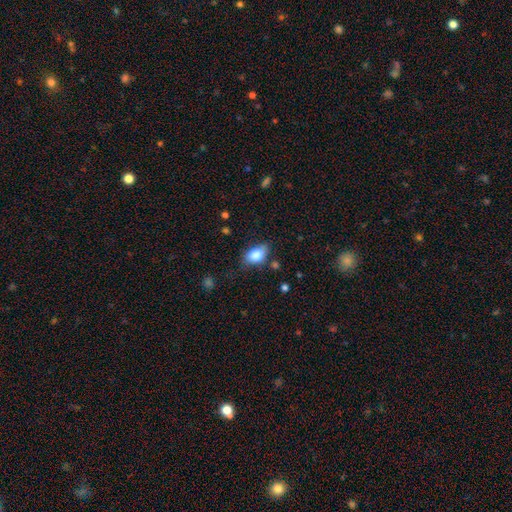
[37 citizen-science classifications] Smooth or featured?
  - smooth: 89% *
  - featured or disk: 5%
  - star or artifact: 5%
How rounded?
  - in between: 85% *
  - round: 15%
  - cigar-shaped: 0%
Merging?
  - minor disturbance: 51% *
  - none: 46%
  - major disturbance: 3%
  - merger: 0%